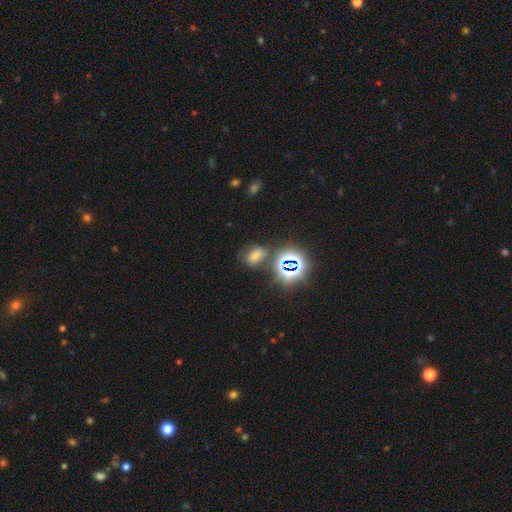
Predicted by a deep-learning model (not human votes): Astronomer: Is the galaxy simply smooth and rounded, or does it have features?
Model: smooth — 54% (runner-up: star or artifact, 35%).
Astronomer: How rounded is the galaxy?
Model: in between — 75%.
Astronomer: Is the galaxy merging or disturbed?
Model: none — 63%.